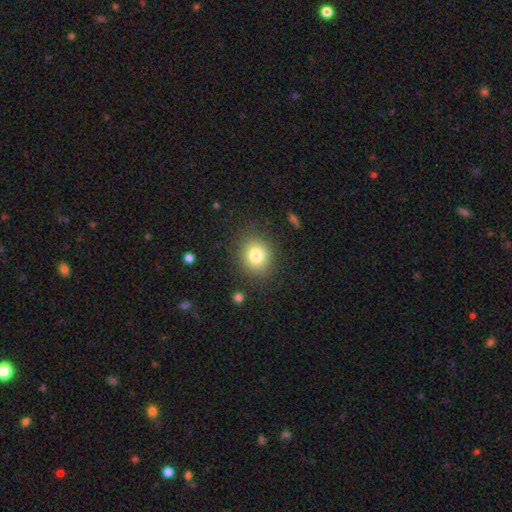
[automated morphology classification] Smooth or featured? smooth (78%)
How rounded? round (67%)
Merging? none (84%)